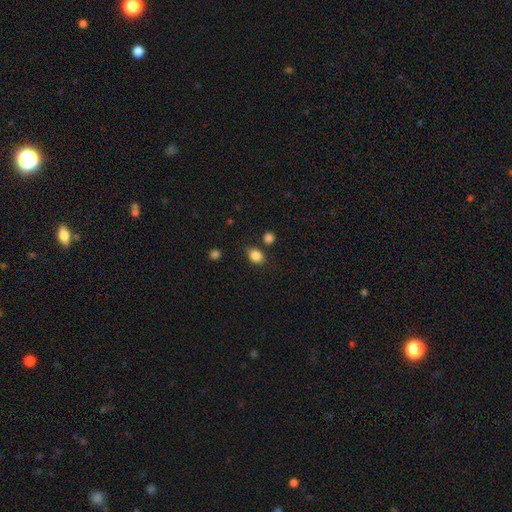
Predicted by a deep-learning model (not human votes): This appears to be a smooth galaxy with no disk features (86%) that is in between round and cigar-shaped (68%). Merging: none (76%).